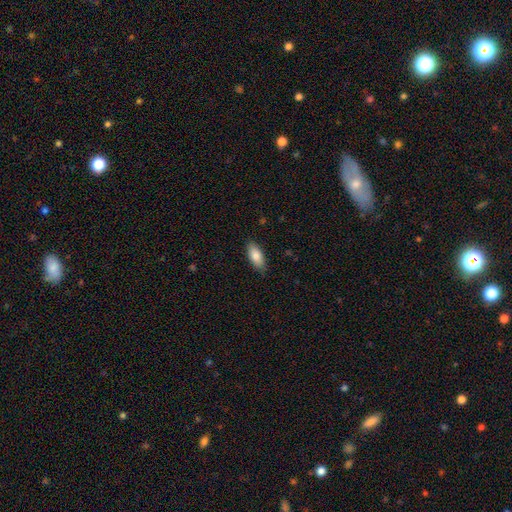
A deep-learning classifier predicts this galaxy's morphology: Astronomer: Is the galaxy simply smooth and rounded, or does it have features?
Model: smooth — 83%.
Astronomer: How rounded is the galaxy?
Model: in between — 83%.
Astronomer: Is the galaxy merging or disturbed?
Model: none — 84%.